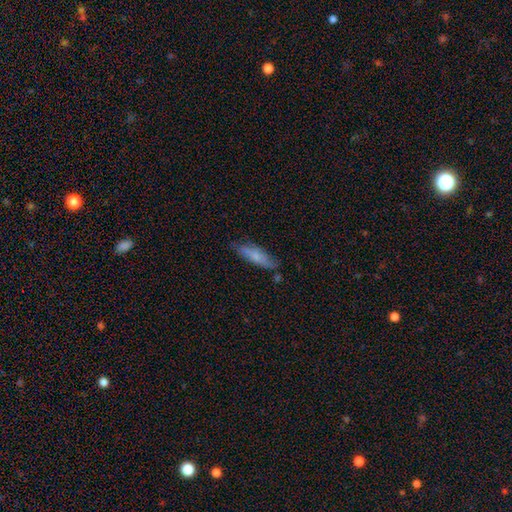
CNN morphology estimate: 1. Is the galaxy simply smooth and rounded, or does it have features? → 71% smooth, 23% featured or disk, 6% star or artifact.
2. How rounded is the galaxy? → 59% cigar-shaped, 39% in between, 2% round.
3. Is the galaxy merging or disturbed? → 71% none, 22% minor disturbance, 4% major disturbance, 3% merger.